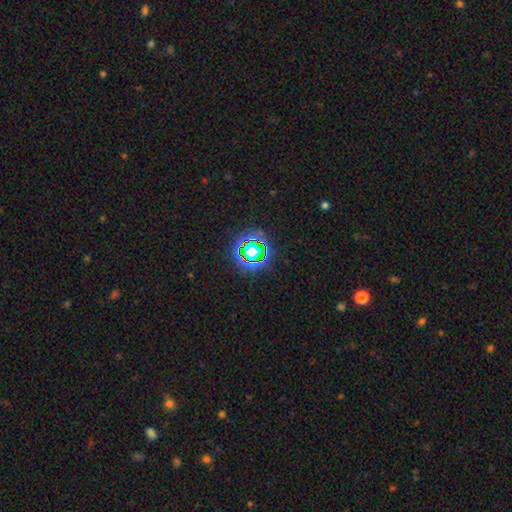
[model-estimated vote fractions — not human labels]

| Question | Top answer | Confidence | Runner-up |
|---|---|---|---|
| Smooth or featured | star or artifact | 69% | smooth (20%) |